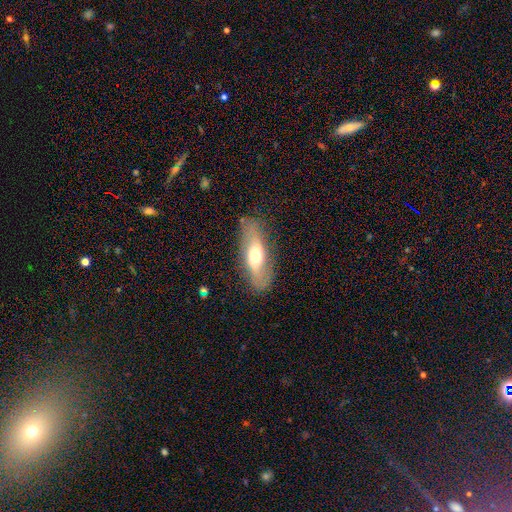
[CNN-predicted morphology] smooth_or_featured: featured or disk (p=0.49) [alt: smooth p=0.44]
merging: none (p=0.80) [alt: minor disturbance p=0.14]